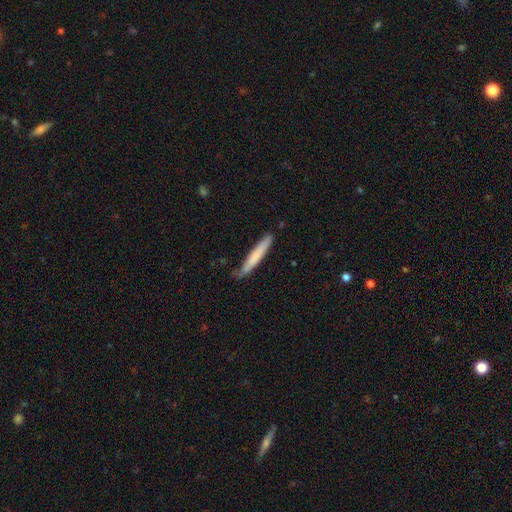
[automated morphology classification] This is likely a smooth galaxy (70%). How rounded: clearly cigar-shaped (94%). Merging: likely none (69%).